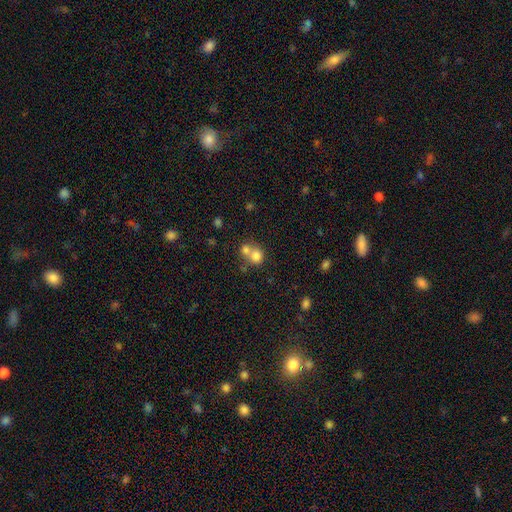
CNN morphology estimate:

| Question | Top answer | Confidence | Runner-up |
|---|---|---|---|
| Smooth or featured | smooth | 76% | featured or disk (13%) |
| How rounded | round | 77% | in between (22%) |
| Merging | merger | 57% | none (34%) |